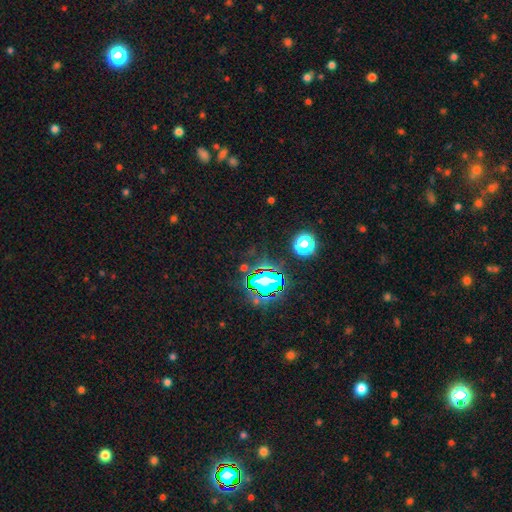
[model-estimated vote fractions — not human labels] A star or artifact, not a galaxy (80%).

Vote fractions:
- Smooth or featured? star or artifact: 80% / smooth: 13% / featured or disk: 7%